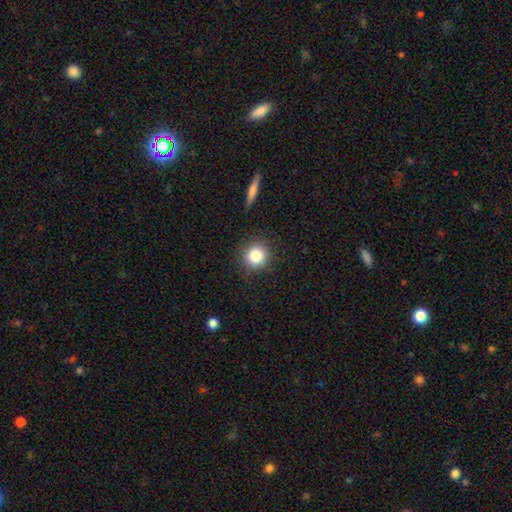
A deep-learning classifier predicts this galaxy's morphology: Smooth or featured?
  - smooth: 84% *
  - star or artifact: 10%
  - featured or disk: 6%
How rounded?
  - round: 92% *
  - in between: 7%
  - cigar-shaped: 1%
Merging?
  - none: 87% *
  - minor disturbance: 9%
  - major disturbance: 3%
  - merger: 2%